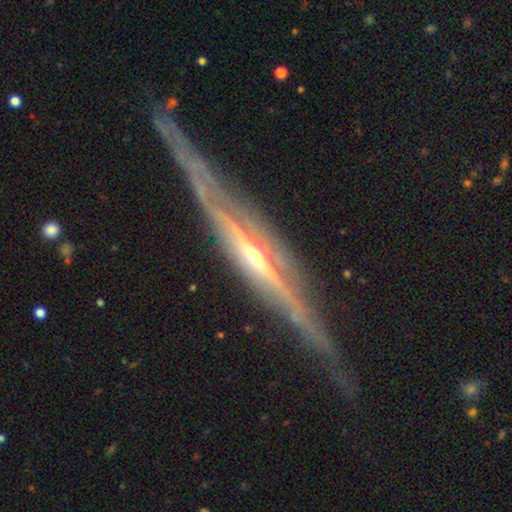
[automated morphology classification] Smooth or featured? Predicted: featured or disk (p=0.89). Edge-on disk? Predicted: yes (p=0.96). Edge-on bulge? Predicted: rounded (p=0.69). Merging? Predicted: none (p=0.81).